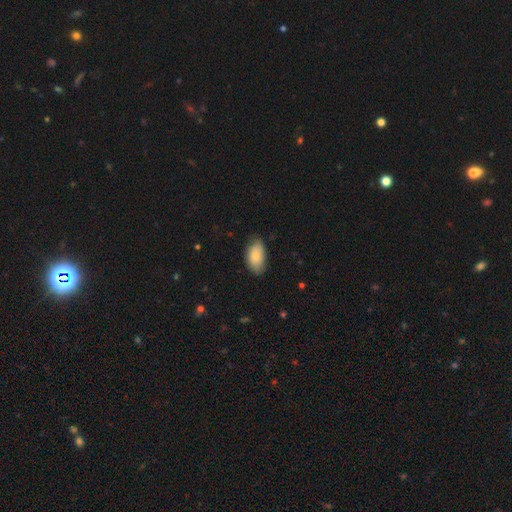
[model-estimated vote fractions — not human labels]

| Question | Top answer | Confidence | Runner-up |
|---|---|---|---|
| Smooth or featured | smooth | 83% | featured or disk (11%) |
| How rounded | in between | 94% | round (4%) |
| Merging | none | 74% | minor disturbance (22%) |